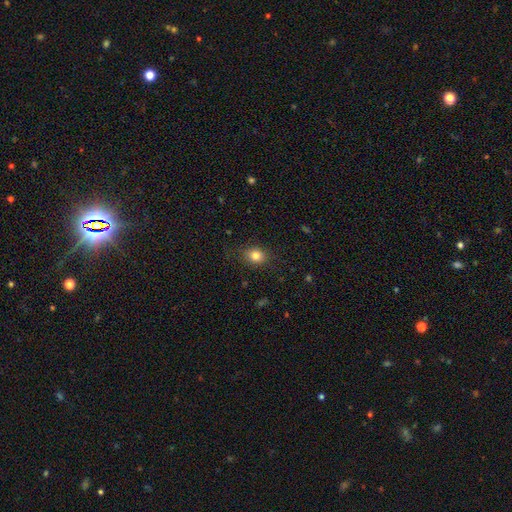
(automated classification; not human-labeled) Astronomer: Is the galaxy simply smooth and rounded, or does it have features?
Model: smooth — 82%.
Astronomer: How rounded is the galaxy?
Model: round — 58% (runner-up: in between, 41%).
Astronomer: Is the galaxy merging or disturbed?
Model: none — 83%.